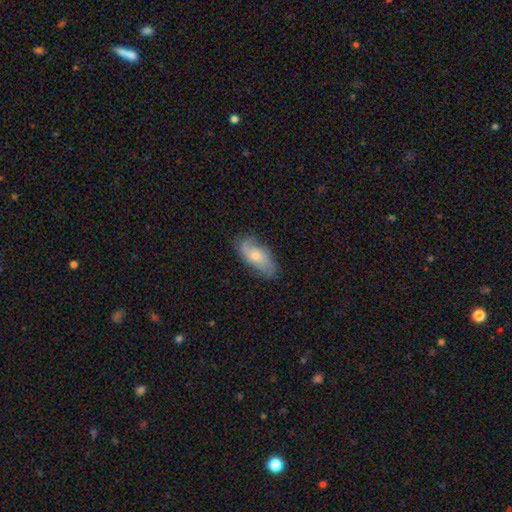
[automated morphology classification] A featured or disk galaxy (49%).

Vote fractions:
- Smooth or featured? featured or disk: 49% / smooth: 45% / star or artifact: 7%
- Merging? none: 70% / minor disturbance: 22% / major disturbance: 6% / merger: 1%